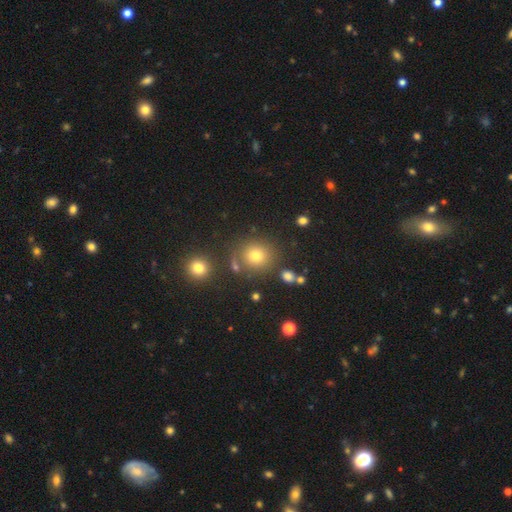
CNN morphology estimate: A smooth galaxy with no disk features (70%) that is round (85%).

Vote fractions:
- Smooth or featured? smooth: 70% / star or artifact: 21% / featured or disk: 9%
- How rounded? round: 85% / in between: 14% / cigar-shaped: 1%
- Merging? none: 79% / minor disturbance: 9% / merger: 8% / major disturbance: 4%